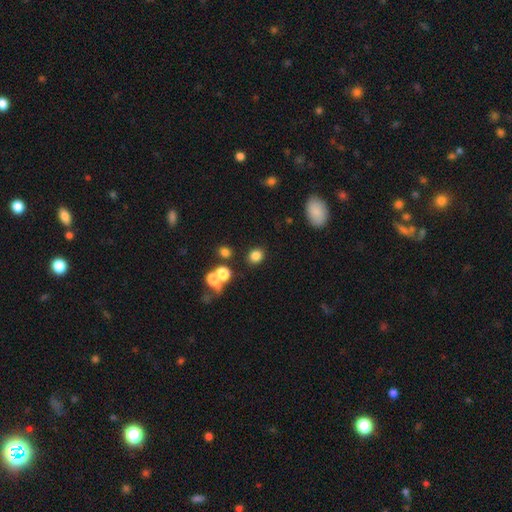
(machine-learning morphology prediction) Q: Smooth or featured?
A: smooth (81%); runner-up: star or artifact (13%)
Q: How rounded?
A: round (71%); runner-up: in between (27%)
Q: Merging?
A: none (82%); runner-up: minor disturbance (8%)